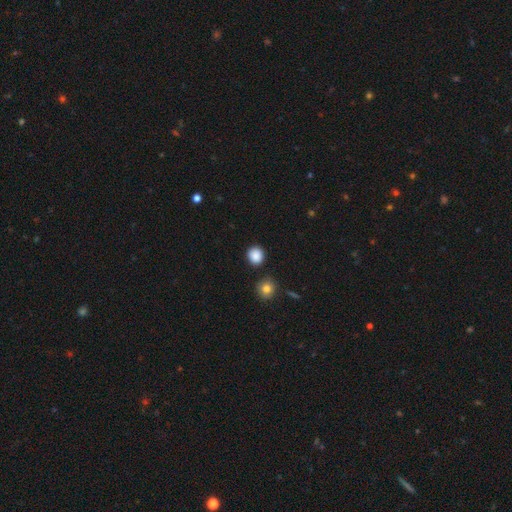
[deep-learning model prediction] This appears to be a smooth galaxy with no disk features (88%) that is round (87%). Merging: none (86%).